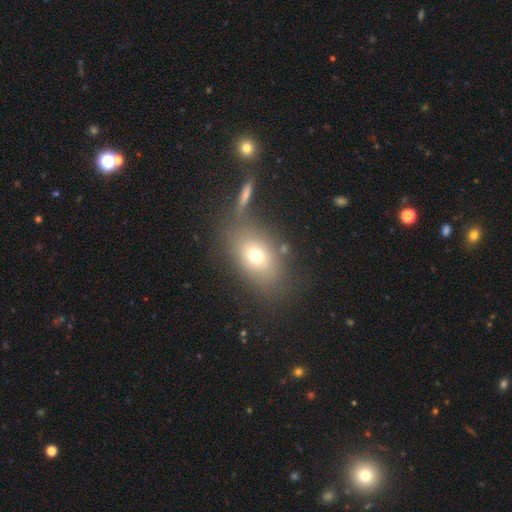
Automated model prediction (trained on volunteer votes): Smooth or featured?
  - smooth: 69% *
  - featured or disk: 17%
  - star or artifact: 14%
How rounded?
  - in between: 73% *
  - round: 24%
  - cigar-shaped: 3%
Merging?
  - none: 68% *
  - minor disturbance: 12%
  - merger: 12%
  - major disturbance: 7%